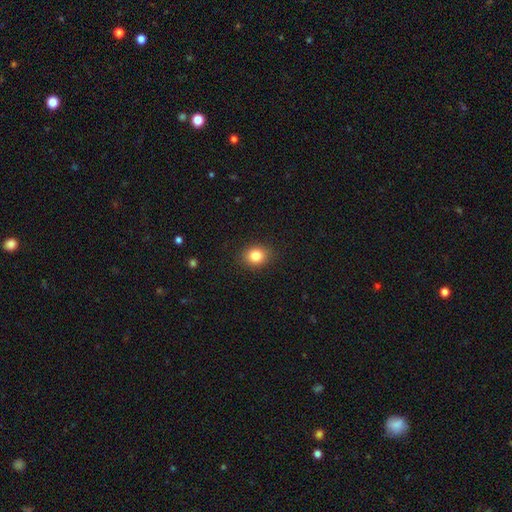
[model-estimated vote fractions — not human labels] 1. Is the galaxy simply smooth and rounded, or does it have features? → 84% smooth, 10% star or artifact, 6% featured or disk.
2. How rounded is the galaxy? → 66% round, 34% in between, 1% cigar-shaped.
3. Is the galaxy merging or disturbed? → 89% none, 7% minor disturbance, 2% major disturbance, 1% merger.